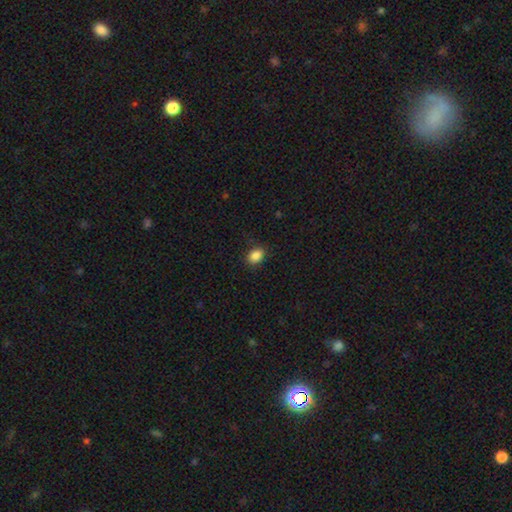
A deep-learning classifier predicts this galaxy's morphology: Overall: smooth (87%). How rounded: in between (66%; round 33%). Merging: none (88%).